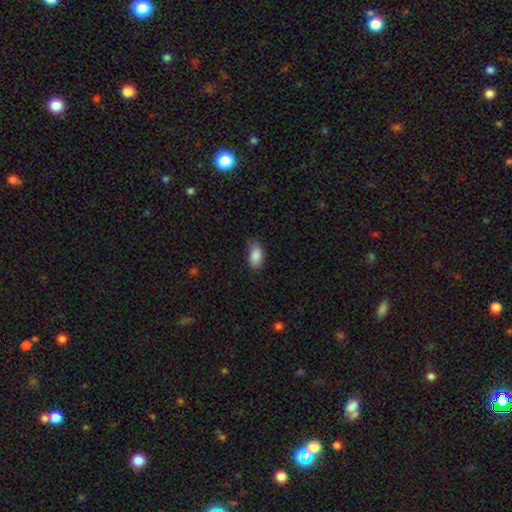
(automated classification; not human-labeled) Overall: smooth (88%). How rounded: in between (93%). Merging: none (70%).